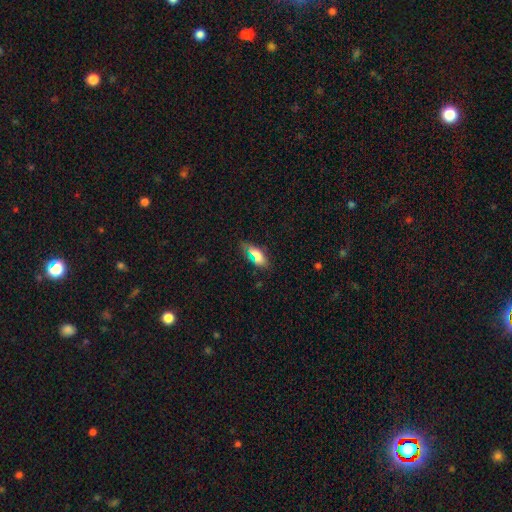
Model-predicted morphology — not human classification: smooth 71%, featured or disk 17%, star or artifact 11%. Down the decision tree: how rounded — in between (74%); merging — none (70%).